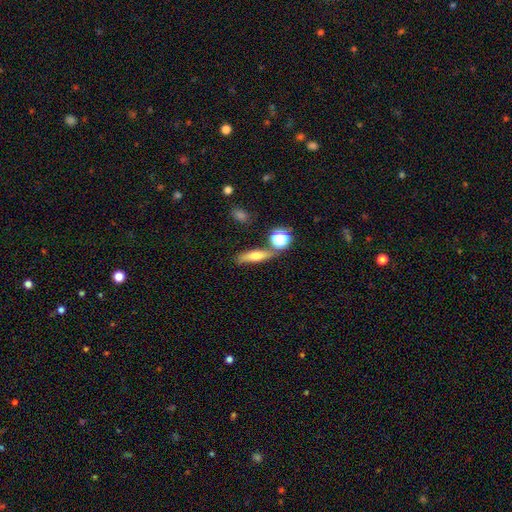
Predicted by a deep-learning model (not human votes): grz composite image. It shows a smooth galaxy with no disk features (60%) that is cigar-shaped (58%). Merging: none (70%).